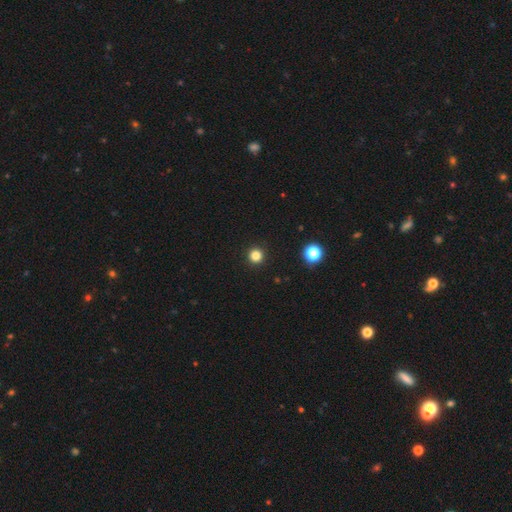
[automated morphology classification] Q: Smooth or featured?
A: smooth (82%); runner-up: star or artifact (14%)
Q: How rounded?
A: round (96%); runner-up: in between (3%)
Q: Merging?
A: none (94%); runner-up: minor disturbance (4%)